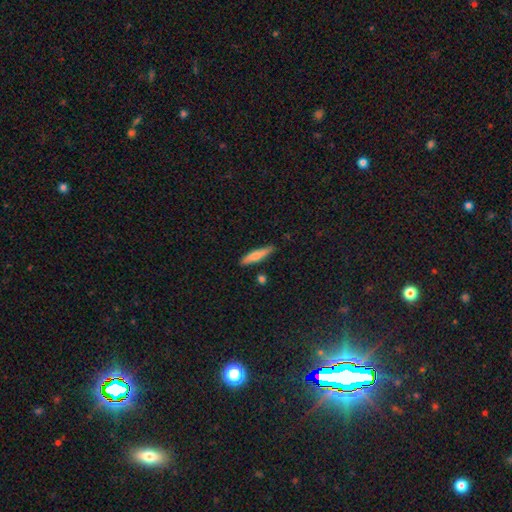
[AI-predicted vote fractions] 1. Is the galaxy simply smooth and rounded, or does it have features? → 70% smooth, 24% featured or disk, 6% star or artifact.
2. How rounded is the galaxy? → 83% cigar-shaped, 15% in between, 2% round.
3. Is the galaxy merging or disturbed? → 84% none, 11% minor disturbance, 3% merger, 2% major disturbance.